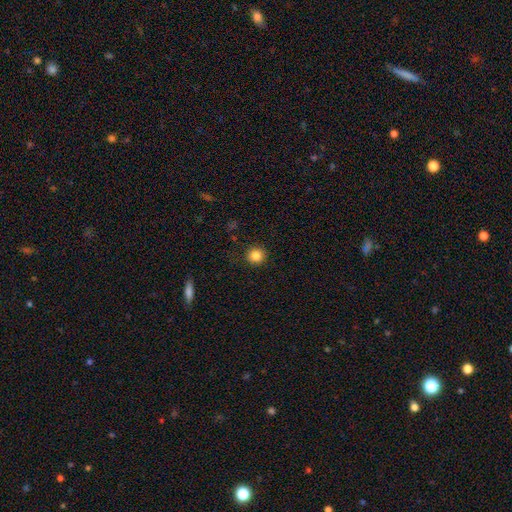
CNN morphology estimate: A smooth galaxy with no disk features (84%) that is round (93%). Merging: none (91%).